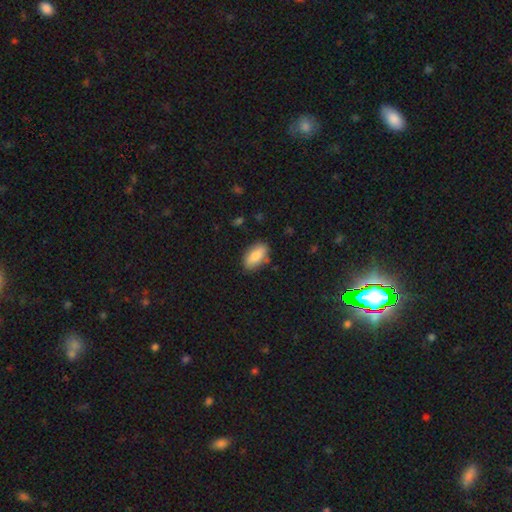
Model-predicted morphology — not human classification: A smooth galaxy with no disk features (84%) that is in between round and cigar-shaped (91%). Merging: none (79%).